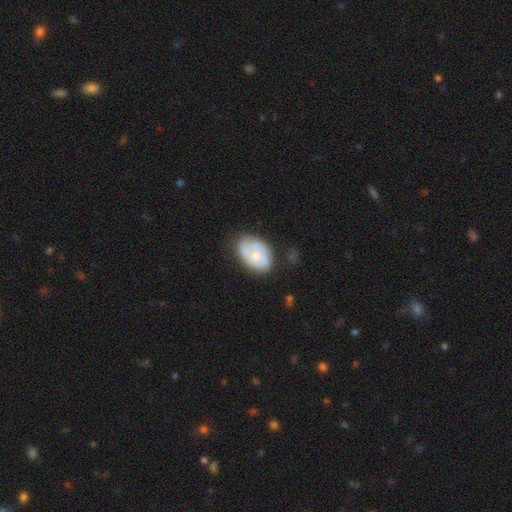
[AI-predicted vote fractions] This is possibly a featured or disk galaxy (47%). Merging: likely none (60%).